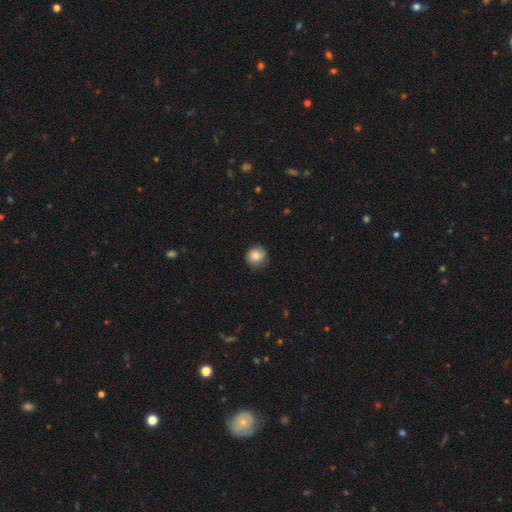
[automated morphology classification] Smooth or featured?
  - smooth: 85% *
  - star or artifact: 8%
  - featured or disk: 7%
How rounded?
  - round: 90% *
  - in between: 9%
  - cigar-shaped: 1%
Merging?
  - none: 80% *
  - minor disturbance: 16%
  - major disturbance: 3%
  - merger: 1%